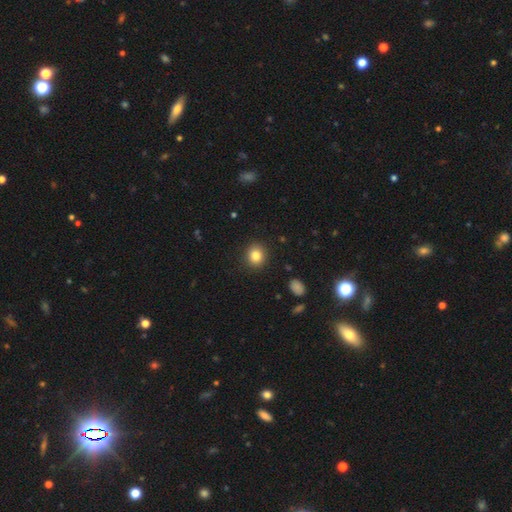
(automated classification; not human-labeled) smooth 83%, star or artifact 10%, featured or disk 6%. Down the decision tree: how rounded — round (81%); merging — none (91%).